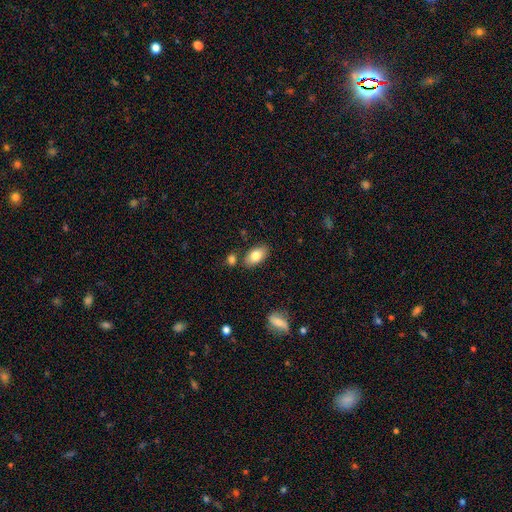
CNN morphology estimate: smooth_or_featured: smooth (p=0.80) [alt: featured or disk p=0.13]
how_rounded: in between (p=0.92) [alt: round p=0.05]
merging: none (p=0.79) [alt: minor disturbance p=0.12]